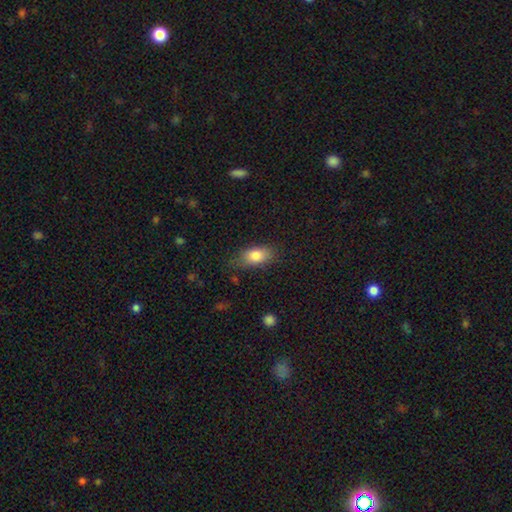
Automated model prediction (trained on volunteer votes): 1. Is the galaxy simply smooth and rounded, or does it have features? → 80% smooth, 11% featured or disk, 8% star or artifact.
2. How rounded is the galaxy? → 84% in between, 10% round, 6% cigar-shaped.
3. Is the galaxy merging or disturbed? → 74% none, 19% minor disturbance, 5% major disturbance, 2% merger.